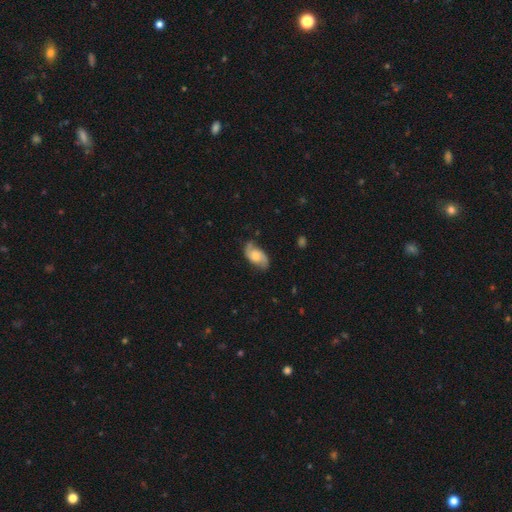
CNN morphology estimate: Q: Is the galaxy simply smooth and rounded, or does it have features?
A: featured or disk — 67%.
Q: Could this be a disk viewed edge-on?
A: no — 95%.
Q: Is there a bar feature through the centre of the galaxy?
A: no — 67%.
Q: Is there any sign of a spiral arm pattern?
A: yes — 92%.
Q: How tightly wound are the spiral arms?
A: medium — 43%.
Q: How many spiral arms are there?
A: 2 — 87%.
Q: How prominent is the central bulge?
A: moderate — 56%.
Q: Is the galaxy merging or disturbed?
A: none — 72%.